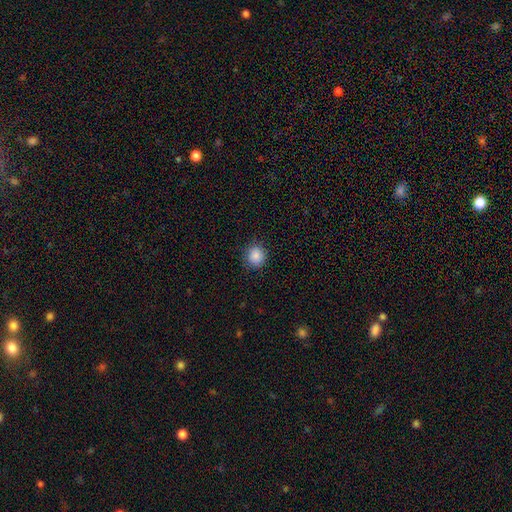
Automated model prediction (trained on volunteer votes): This appears to be a smooth galaxy with no disk features (87%) that is round (87%). Merging: none (89%).